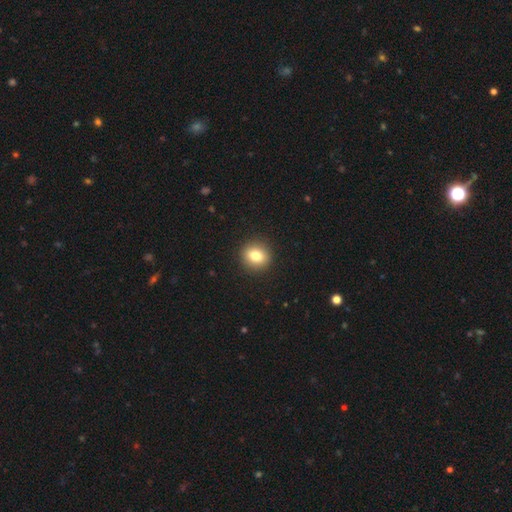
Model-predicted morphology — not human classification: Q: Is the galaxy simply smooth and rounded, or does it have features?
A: smooth — 80%.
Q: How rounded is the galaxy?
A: round — 82%.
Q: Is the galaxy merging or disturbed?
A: none — 92%.